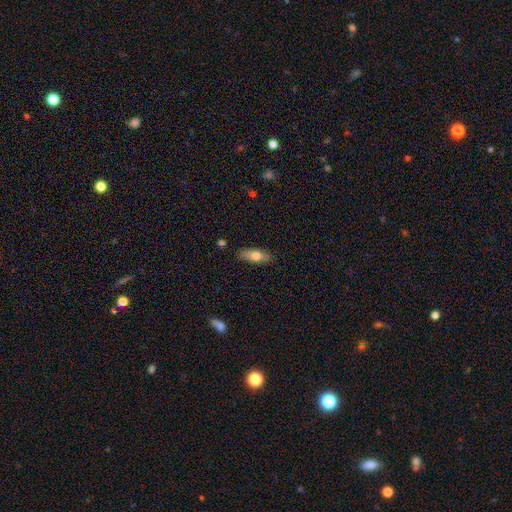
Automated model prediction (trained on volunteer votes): A smooth galaxy with no disk features (69%) that is in between round and cigar-shaped (66%).

Vote fractions:
- Smooth or featured? smooth: 69% / featured or disk: 25% / star or artifact: 7%
- How rounded? in between: 66% / cigar-shaped: 30% / round: 3%
- Merging? none: 87% / minor disturbance: 10% / major disturbance: 2% / merger: 1%